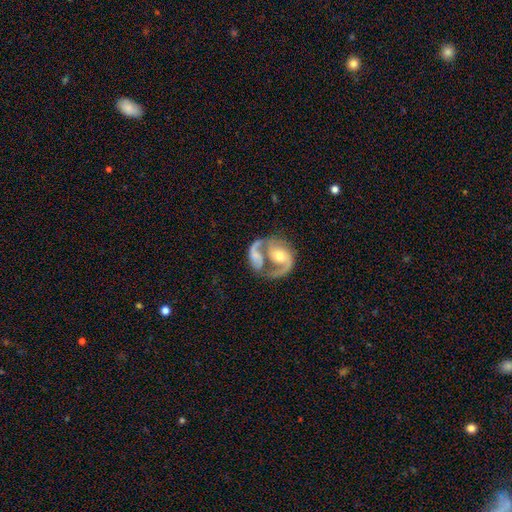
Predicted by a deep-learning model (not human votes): This is likely a featured or disk galaxy (73%). It is clearly not viewed edge-on (97%). Bar: possibly no (60%). Spiral arm pattern: clearly yes (84%). Spiral arm count: likely 2 (61%). Spiral winding: possibly loose (45%). Central bulge: possibly moderate (54%). Merging: possibly merger (56%).